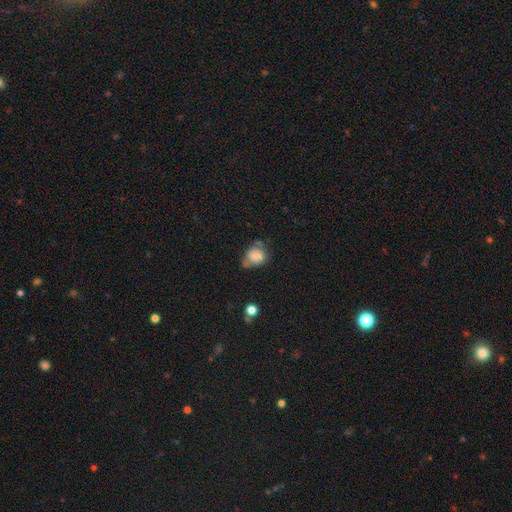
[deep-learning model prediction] The model was most divided on "merging": none: 43%, minor disturbance: 29%, merger: 17%, major disturbance: 11%. More confident: smooth or featured — smooth (78%); how rounded — round (66%).